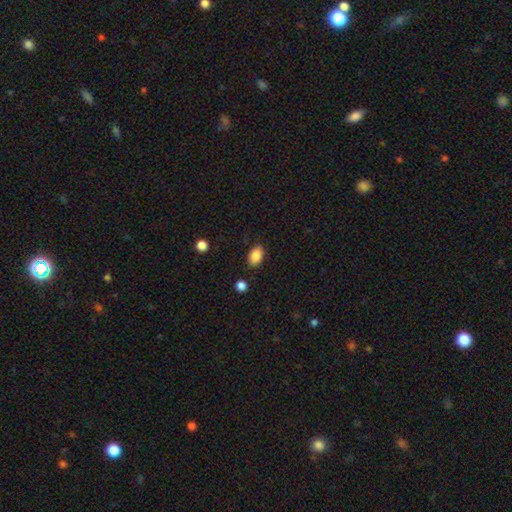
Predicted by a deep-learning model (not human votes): Q: Smooth or featured?
A: smooth (87%); runner-up: star or artifact (8%)
Q: How rounded?
A: in between (91%); runner-up: round (8%)
Q: Merging?
A: none (84%); runner-up: minor disturbance (11%)